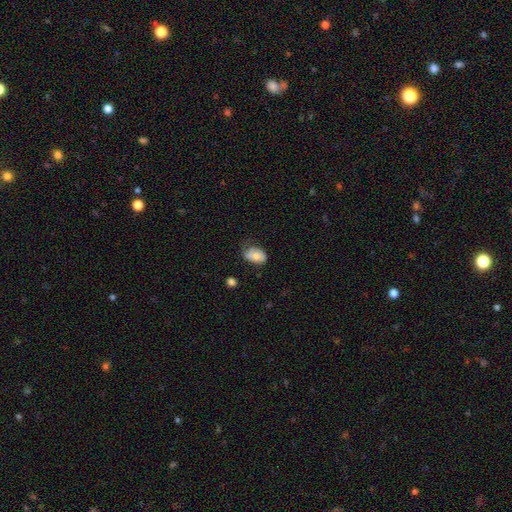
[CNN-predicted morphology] smooth 65%, featured or disk 28%, star or artifact 7%. Down the decision tree: how rounded — in between (83%); merging — none (41%).